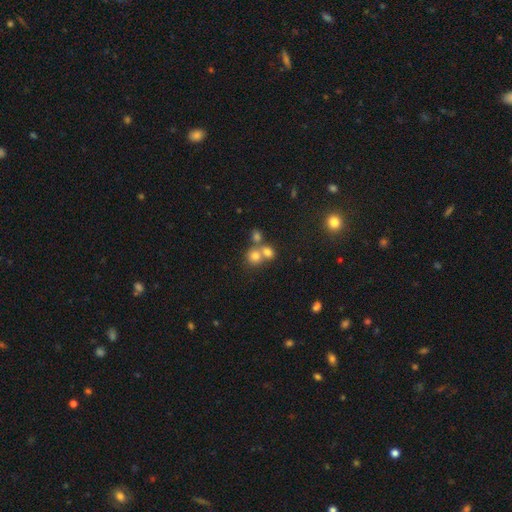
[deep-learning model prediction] Overall: smooth (72%). How rounded: round (83%). Merging: merger (48%; none 43%).